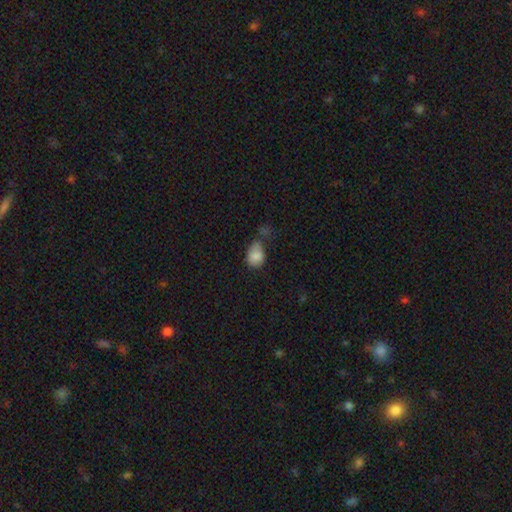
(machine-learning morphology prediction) Smooth or featured? Predicted: smooth (p=0.83). How rounded? Predicted: in between (p=0.64). Merging? Predicted: none (p=0.34).